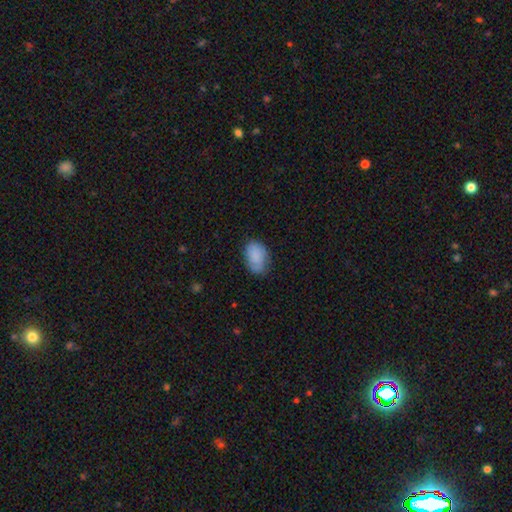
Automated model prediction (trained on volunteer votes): A smooth galaxy with no disk features (86%) that is in between round and cigar-shaped (87%). Merging: none (73%).